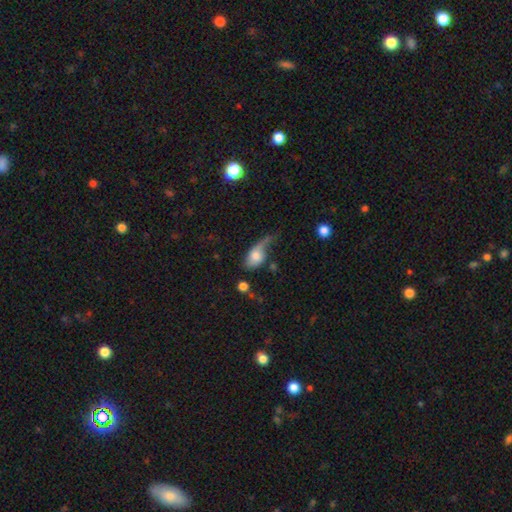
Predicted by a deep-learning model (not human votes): Overall: smooth (62%; featured or disk 30%). How rounded: in between (81%). Merging: major disturbance (43%; minor disturbance 26%).